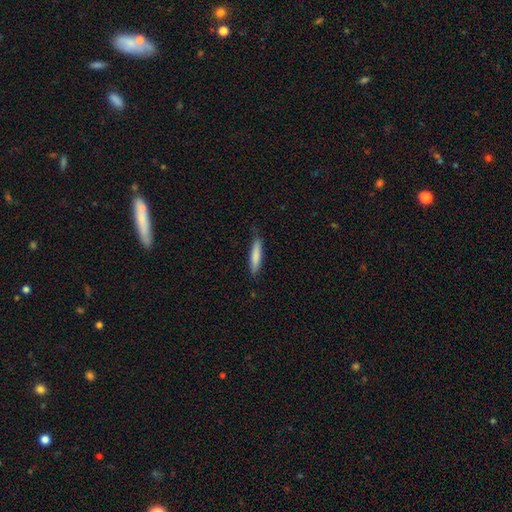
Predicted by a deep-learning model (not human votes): smooth-or-featured: smooth: 81% | featured or disk: 14% | star or artifact: 5%
  how-rounded: cigar-shaped: 86% | in between: 13% | round: 1%
  merging: none: 78% | minor disturbance: 18% | major disturbance: 3% | merger: 1%